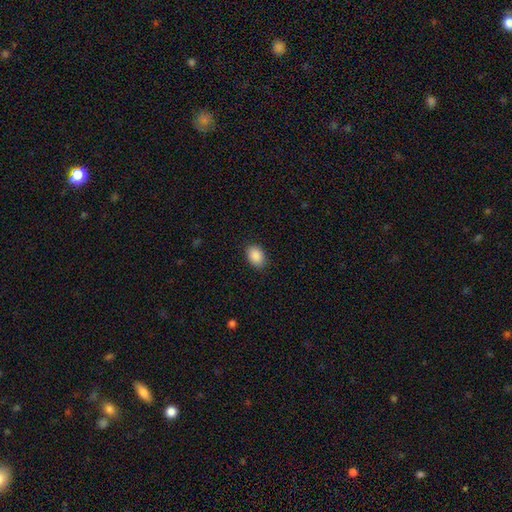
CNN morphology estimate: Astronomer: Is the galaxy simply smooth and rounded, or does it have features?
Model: smooth — 90%.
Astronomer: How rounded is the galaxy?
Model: in between — 83%.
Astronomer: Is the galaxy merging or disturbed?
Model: none — 88%.